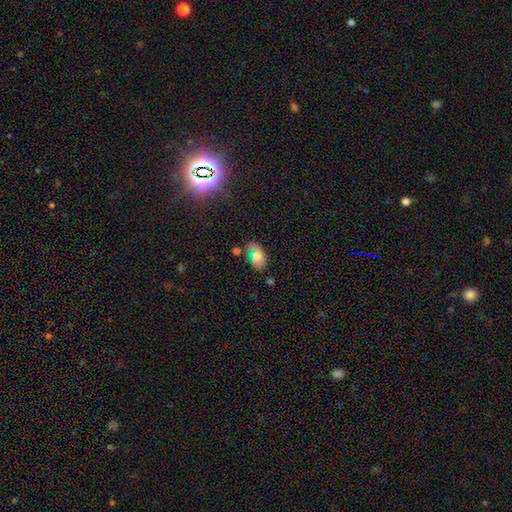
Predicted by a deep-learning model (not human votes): Smooth or featured?
  - smooth: 61% *
  - featured or disk: 26%
  - star or artifact: 14%
How rounded?
  - in between: 90% *
  - round: 9%
  - cigar-shaped: 2%
Merging?
  - none: 61% *
  - minor disturbance: 22%
  - merger: 10%
  - major disturbance: 7%